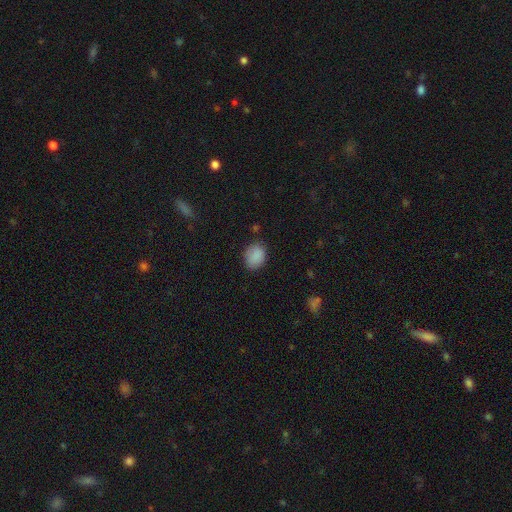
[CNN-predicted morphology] This is clearly a smooth galaxy (87%). How rounded: possibly in between (59%). Merging: likely none (78%).